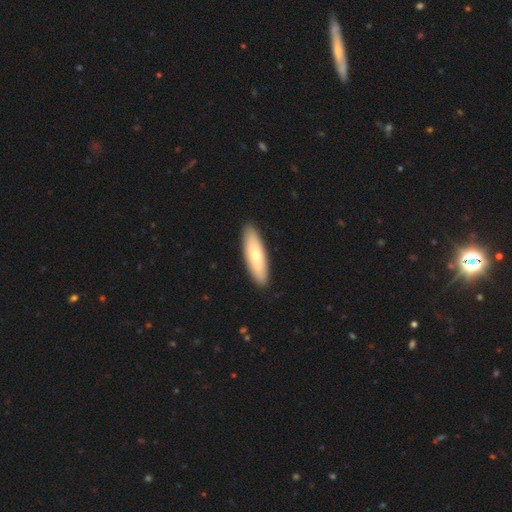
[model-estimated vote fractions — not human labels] This is likely a smooth galaxy (66%). How rounded: possibly cigar-shaped (54%). Merging: clearly none (90%).